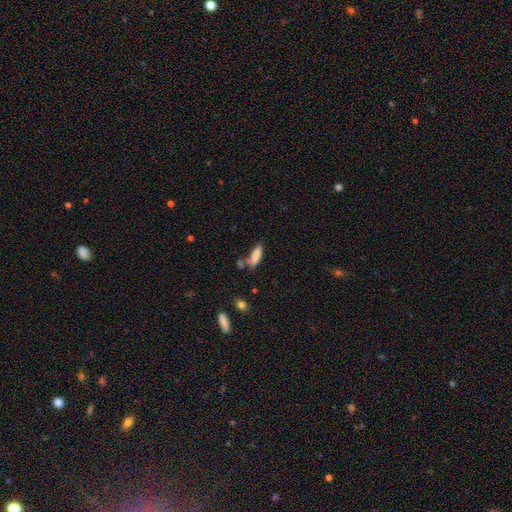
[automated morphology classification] type=smooth (82%); roundness=cigar-shaped (61%); merging=none (60%).